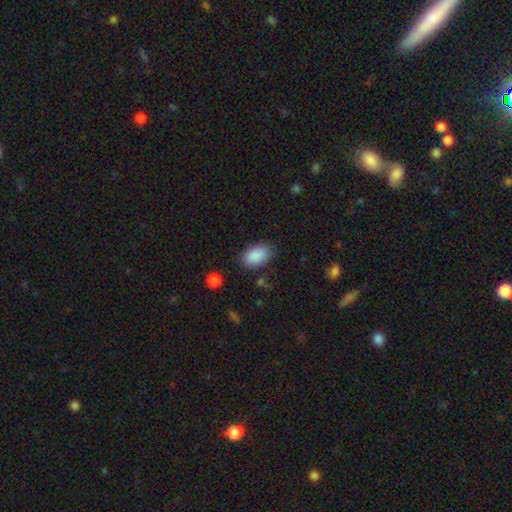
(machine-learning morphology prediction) This is clearly a smooth galaxy (89%). How rounded: clearly in between (93%). Merging: clearly none (83%).